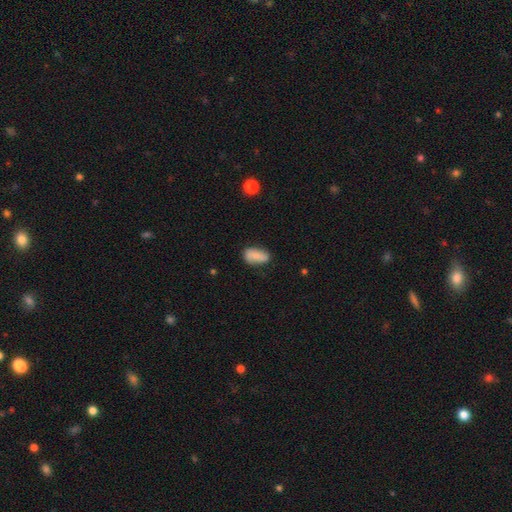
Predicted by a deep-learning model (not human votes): Smooth or featured? Predicted: smooth (p=0.75). How rounded? Predicted: in between (p=0.89). Merging? Predicted: none (p=0.65).